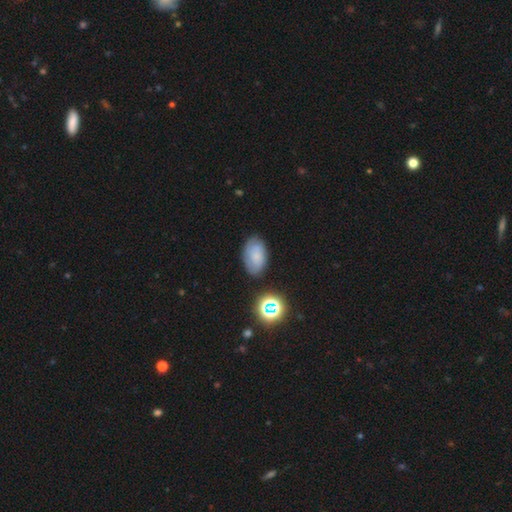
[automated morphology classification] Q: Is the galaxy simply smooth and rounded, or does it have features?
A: smooth — 66%.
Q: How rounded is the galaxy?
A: in between — 91%.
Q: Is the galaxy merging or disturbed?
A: none — 77%.